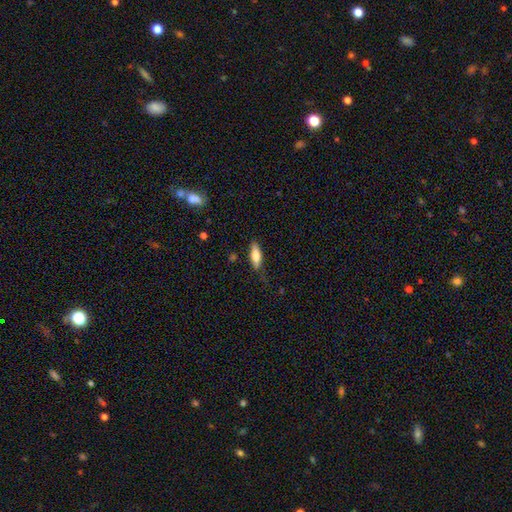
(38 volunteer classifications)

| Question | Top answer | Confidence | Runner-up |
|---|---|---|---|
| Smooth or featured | smooth | 66% | featured or disk (29%) |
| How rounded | cigar-shaped | 56% | in between (44%) |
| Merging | none | 78% | minor disturbance (22%) |